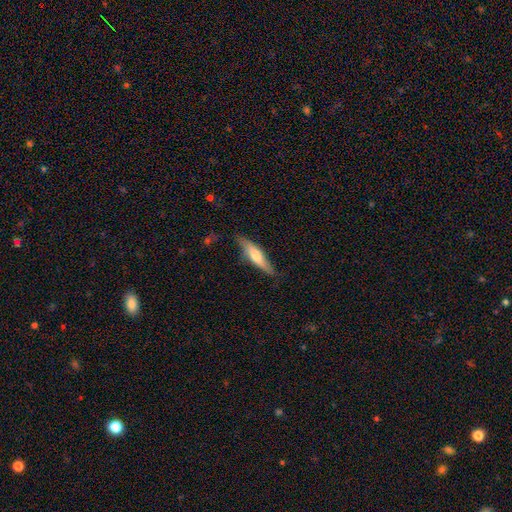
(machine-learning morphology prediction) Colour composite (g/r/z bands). It shows a smooth galaxy with no disk features (54%) that is cigar-shaped (73%). Merging: none (70%).